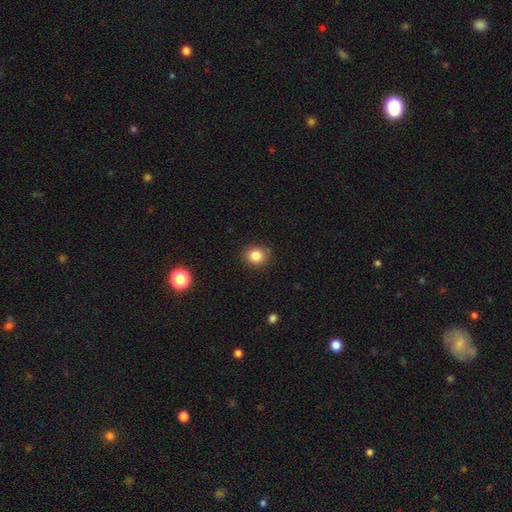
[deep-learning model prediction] Smooth or featured?
  - smooth: 84% *
  - star or artifact: 11%
  - featured or disk: 5%
How rounded?
  - round: 78% *
  - in between: 21%
  - cigar-shaped: 1%
Merging?
  - none: 86% *
  - minor disturbance: 10%
  - major disturbance: 2%
  - merger: 1%